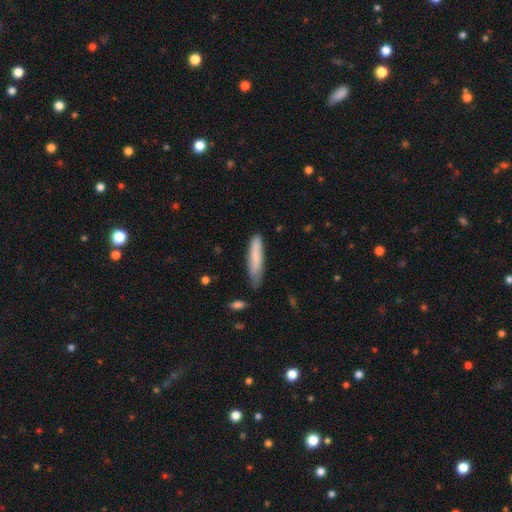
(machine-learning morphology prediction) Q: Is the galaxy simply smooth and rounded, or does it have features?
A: smooth — 76%.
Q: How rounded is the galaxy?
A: cigar-shaped — 84%.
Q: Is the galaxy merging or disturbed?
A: none — 69%.